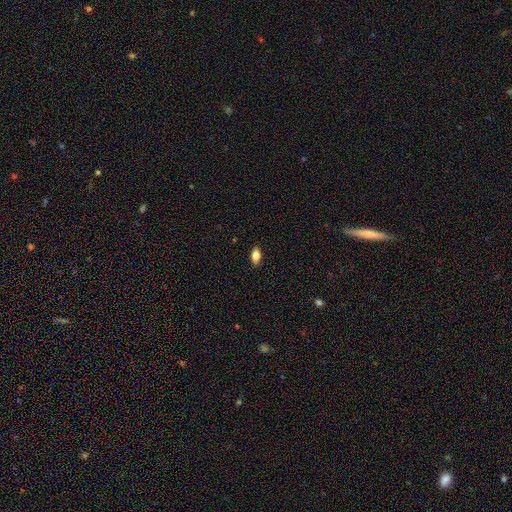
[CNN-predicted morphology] The model was most divided on "smooth or featured": smooth: 80%, featured or disk: 12%, star or artifact: 8%. More confident: how rounded — in between (89%); merging — none (89%).